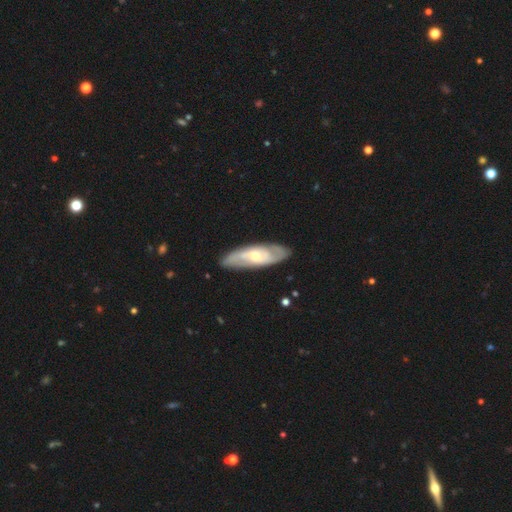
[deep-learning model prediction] smooth_or_featured: featured or disk (p=0.70) [alt: smooth p=0.25]
disk_edge_on: no (p=0.80) [alt: yes p=0.20]
bar: no (p=0.55) [alt: weak p=0.36]
has_spiral_arms: yes (p=0.82) [alt: no p=0.18]
bulge_size: moderate (p=0.52) [alt: small p=0.42]
merging: none (p=0.85) [alt: minor disturbance p=0.11]